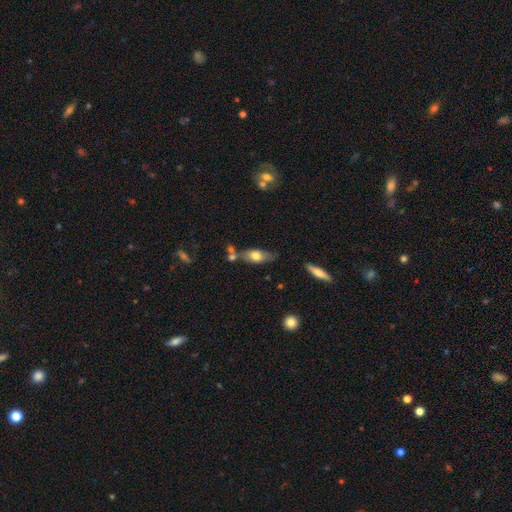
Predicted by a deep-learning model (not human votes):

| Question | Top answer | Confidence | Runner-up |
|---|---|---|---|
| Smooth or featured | smooth | 63% | featured or disk (29%) |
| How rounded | in between | 74% | cigar-shaped (21%) |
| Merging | none | 59% | minor disturbance (20%) |